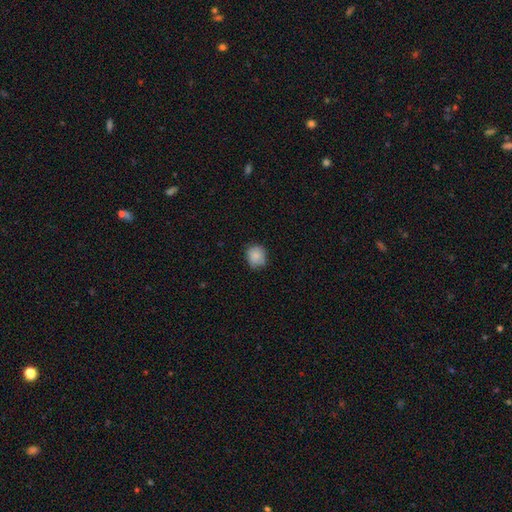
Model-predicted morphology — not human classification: type=smooth (84%); roundness=round (79%); merging=none (72%).